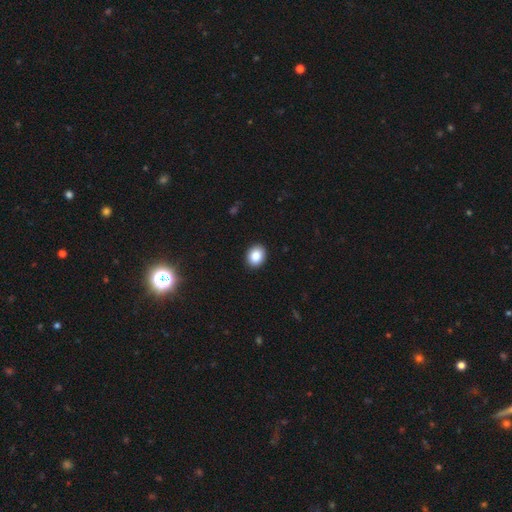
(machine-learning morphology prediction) smooth_or_featured: smooth (p=0.88) [alt: star or artifact p=0.08]
how_rounded: round (p=0.53) [alt: in between p=0.46]
merging: none (p=0.91) [alt: minor disturbance p=0.06]